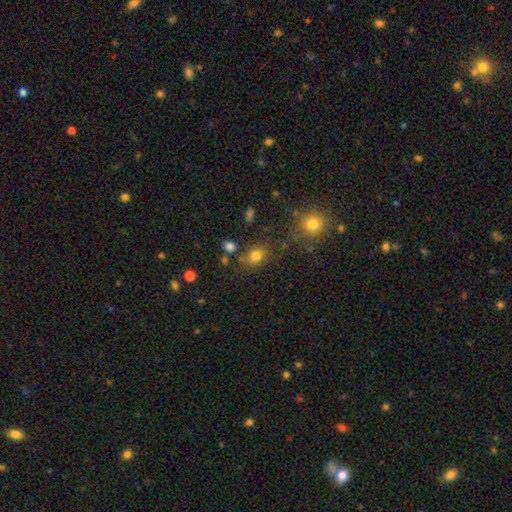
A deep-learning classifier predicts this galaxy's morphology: This is likely a smooth galaxy (78%). How rounded: possibly in between (54%). Merging: likely none (74%).